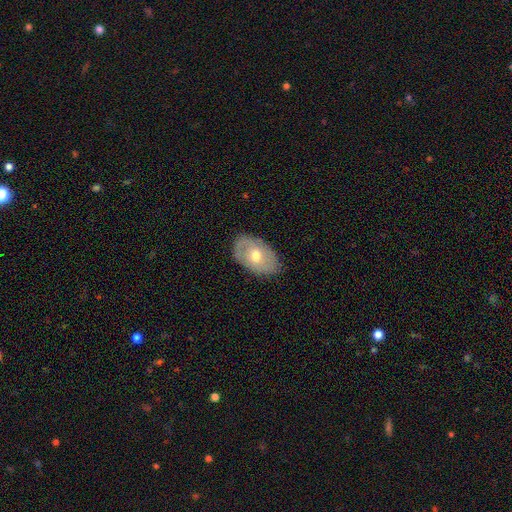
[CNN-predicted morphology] smooth_or_featured: featured or disk (p=0.49) [alt: smooth p=0.45]
merging: none (p=0.78) [alt: minor disturbance p=0.17]